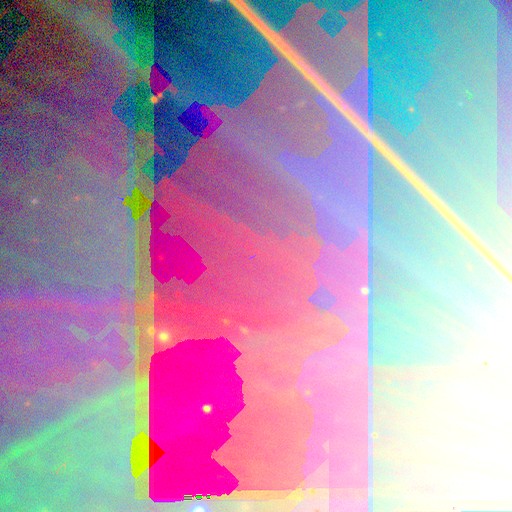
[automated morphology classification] smooth_or_featured: star or artifact (p=0.87) [alt: featured or disk p=0.08]